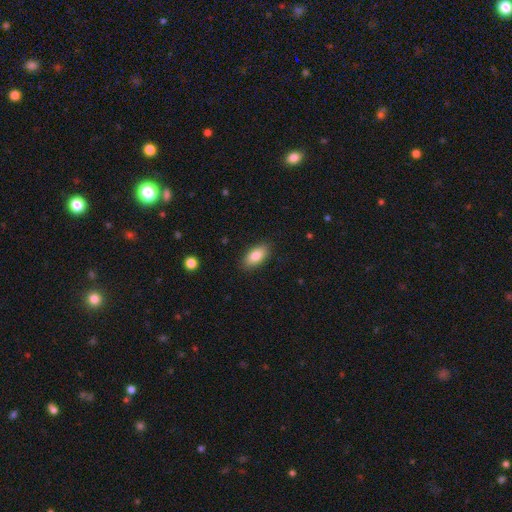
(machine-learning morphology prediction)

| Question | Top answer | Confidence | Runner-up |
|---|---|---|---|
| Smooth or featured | smooth | 84% | featured or disk (9%) |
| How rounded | in between | 90% | cigar-shaped (7%) |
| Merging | none | 88% | minor disturbance (9%) |